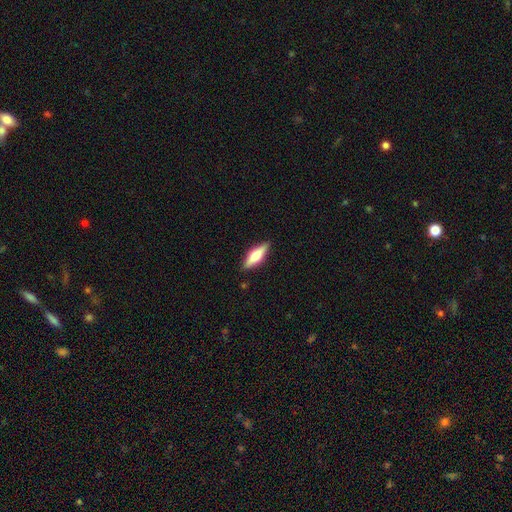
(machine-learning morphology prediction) This appears to be a smooth galaxy with no disk features (51%) that is cigar-shaped (50%). Merging: none (88%).